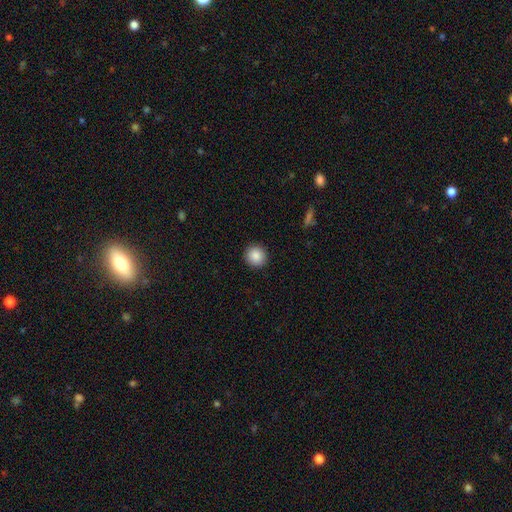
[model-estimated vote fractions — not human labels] smooth-or-featured: smooth: 88% | star or artifact: 8% | featured or disk: 4%
  how-rounded: round: 92% | in between: 7% | cigar-shaped: 1%
  merging: none: 92% | minor disturbance: 5% | major disturbance: 2% | merger: 1%